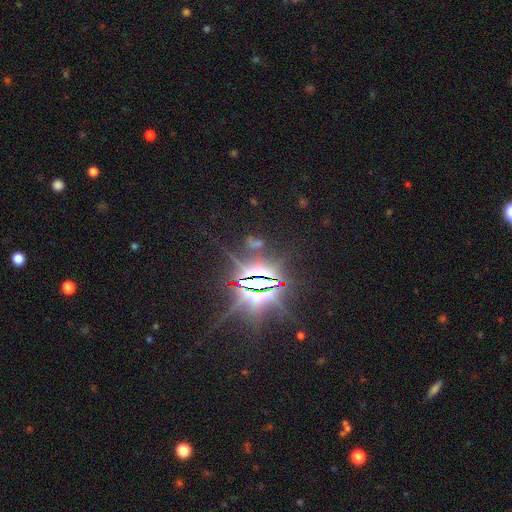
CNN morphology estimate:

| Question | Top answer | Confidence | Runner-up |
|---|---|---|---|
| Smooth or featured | star or artifact | 87% | smooth (7%) |